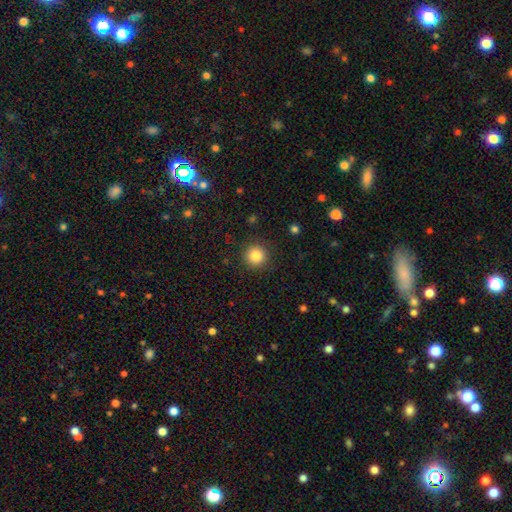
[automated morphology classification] smooth-or-featured: smooth: 85% | star or artifact: 10% | featured or disk: 4%
  how-rounded: round: 95% | in between: 4% | cigar-shaped: 1%
  merging: none: 90% | minor disturbance: 6% | major disturbance: 3% | merger: 1%